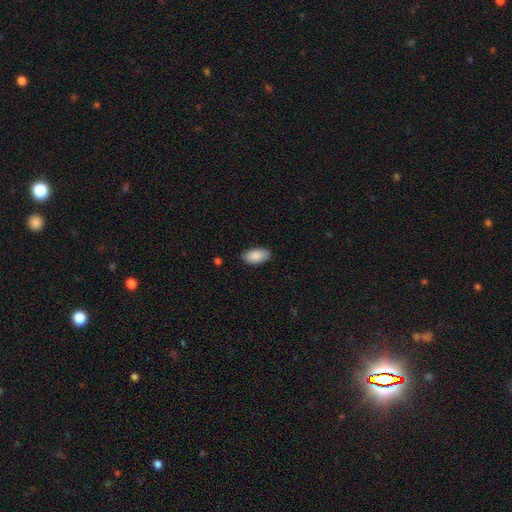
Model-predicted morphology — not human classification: Smooth or featured? smooth (88%)
How rounded? in between (95%)
Merging? none (87%)